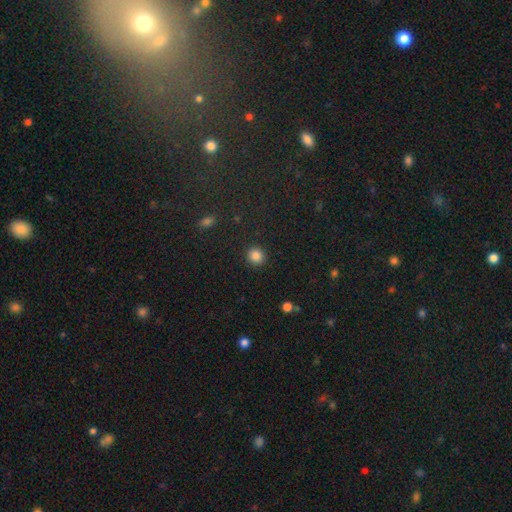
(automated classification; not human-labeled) Overall: smooth (86%). How rounded: round (90%). Merging: none (91%).